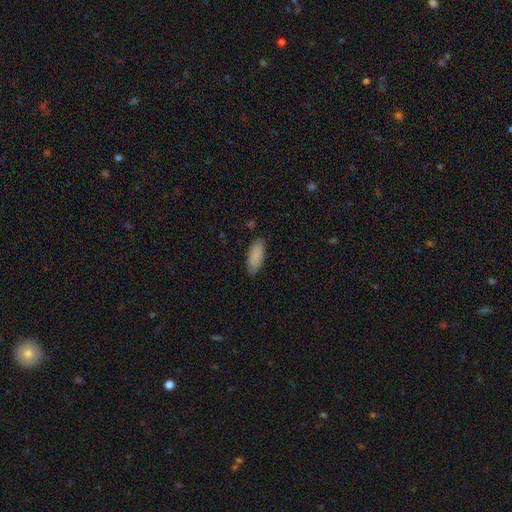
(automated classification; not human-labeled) Smooth or featured: smooth — 86% (featured or disk — 8%)
How rounded: in between — 83% (cigar-shaped — 15%)
Merging: none — 82% (minor disturbance — 14%)